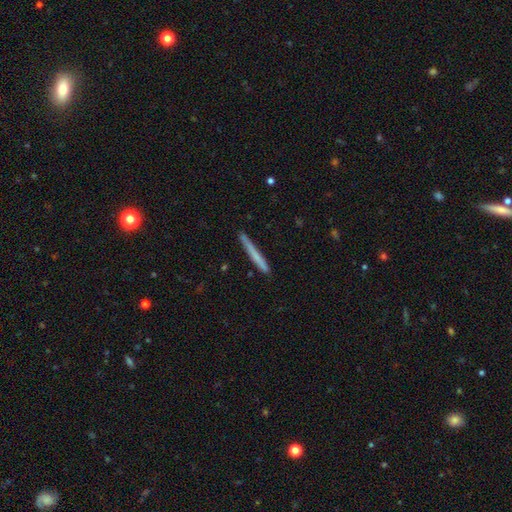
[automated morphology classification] smooth_or_featured: smooth (p=0.66) [alt: featured or disk p=0.29]
how_rounded: cigar-shaped (p=0.97) [alt: in between p=0.02]
merging: none (p=0.89) [alt: minor disturbance p=0.08]